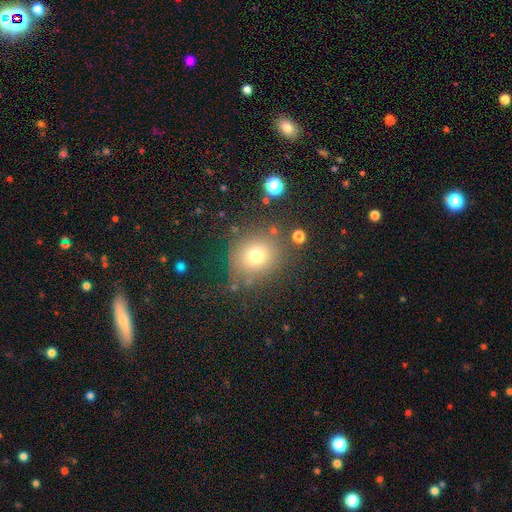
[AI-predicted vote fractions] A smooth galaxy with no disk features (72%) that is round (81%).

Vote fractions:
- Smooth or featured? smooth: 72% / star or artifact: 16% / featured or disk: 11%
- How rounded? round: 81% / in between: 18% / cigar-shaped: 1%
- Merging? none: 77% / minor disturbance: 13% / major disturbance: 5% / merger: 5%